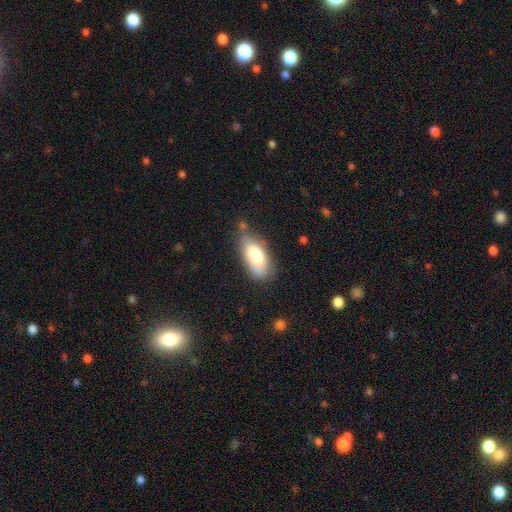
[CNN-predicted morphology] type=smooth (80%); roundness=in between (87%); merging=none (60%).